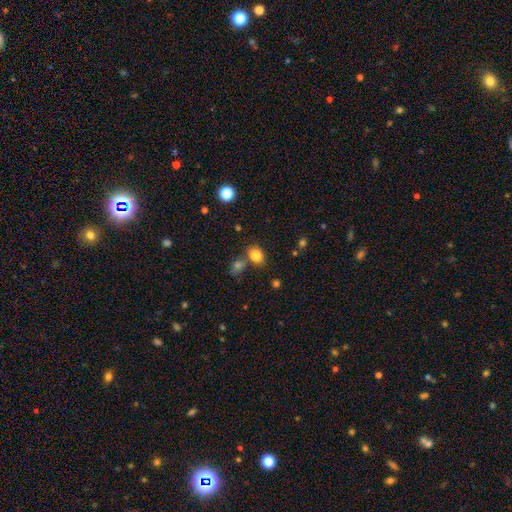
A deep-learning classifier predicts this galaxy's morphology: A smooth galaxy with no disk features (83%) that is in between round and cigar-shaped (58%).

Vote fractions:
- Smooth or featured? smooth: 83% / star or artifact: 12% / featured or disk: 6%
- How rounded? in between: 58% / round: 40% / cigar-shaped: 1%
- Merging? none: 60% / merger: 23% / minor disturbance: 13% / major disturbance: 5%